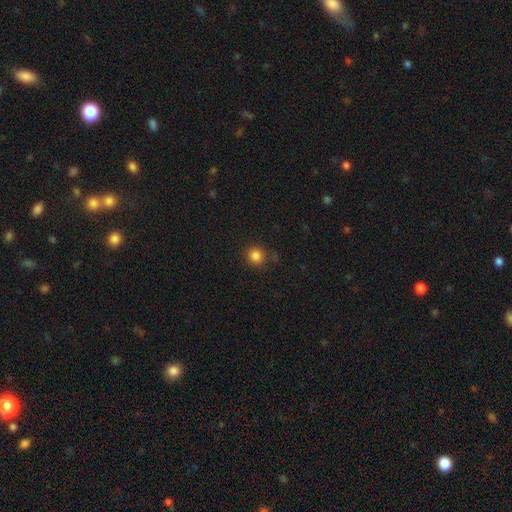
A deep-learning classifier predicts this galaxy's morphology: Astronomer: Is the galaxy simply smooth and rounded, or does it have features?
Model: smooth — 84%.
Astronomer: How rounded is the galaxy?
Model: round — 89%.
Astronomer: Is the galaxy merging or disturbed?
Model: none — 85%.